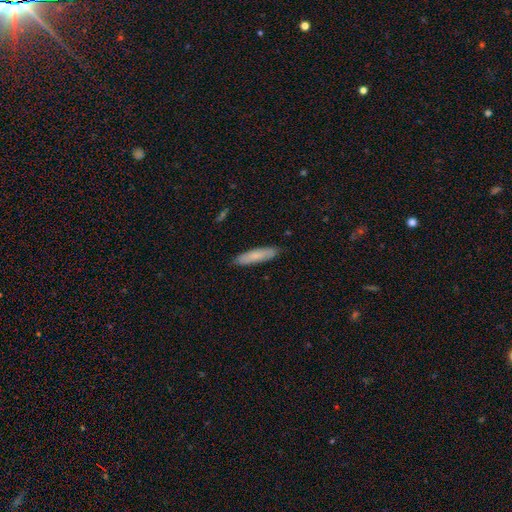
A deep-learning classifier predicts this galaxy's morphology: type=smooth (76%); roundness=cigar-shaped (80%); merging=none (87%).